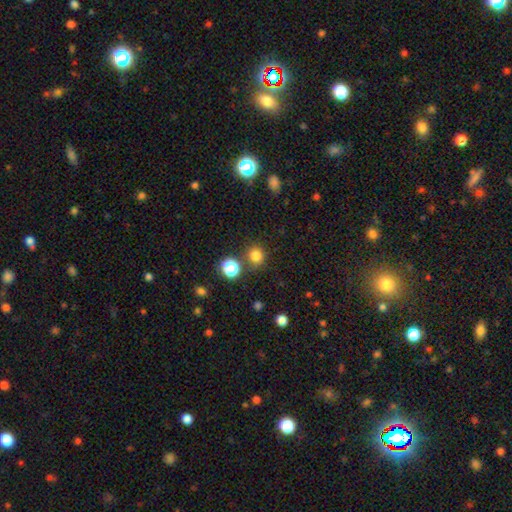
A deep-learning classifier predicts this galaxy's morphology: Smooth or featured?
  - smooth: 79% *
  - star or artifact: 16%
  - featured or disk: 5%
How rounded?
  - round: 86% *
  - in between: 13%
  - cigar-shaped: 1%
Merging?
  - none: 77% *
  - minor disturbance: 10%
  - merger: 8%
  - major disturbance: 4%